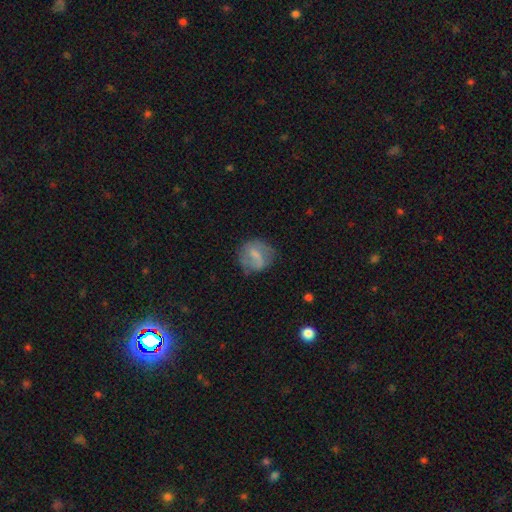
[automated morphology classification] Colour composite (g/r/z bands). It shows a smooth galaxy with no disk features (49%). Merging: none (62%).